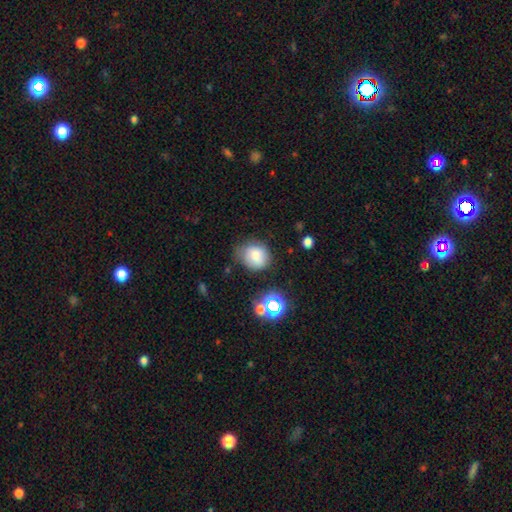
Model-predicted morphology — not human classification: smooth 77%, star or artifact 13%, featured or disk 11%. Down the decision tree: how rounded — round (74%); merging — none (62%).